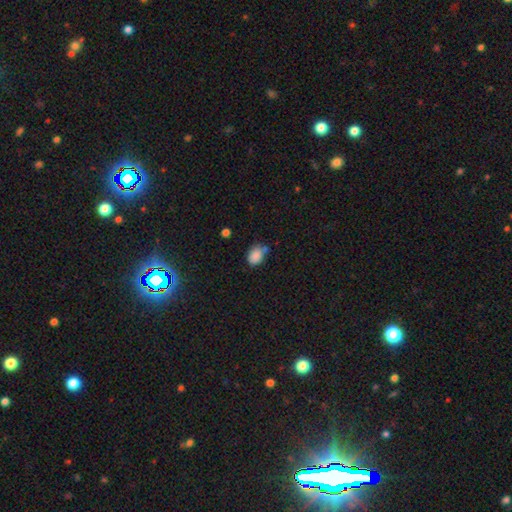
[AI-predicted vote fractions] Morphology: type=smooth (86%); roundness=in between (71%); merging=none (59%).